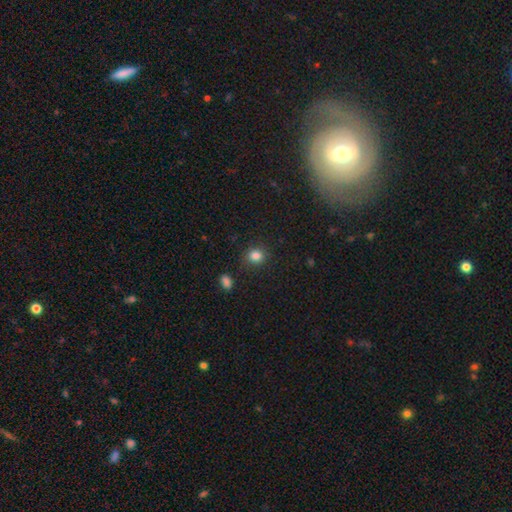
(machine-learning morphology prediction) Smooth or featured? Predicted: smooth (p=0.83). How rounded? Predicted: round (p=0.78). Merging? Predicted: none (p=0.84).